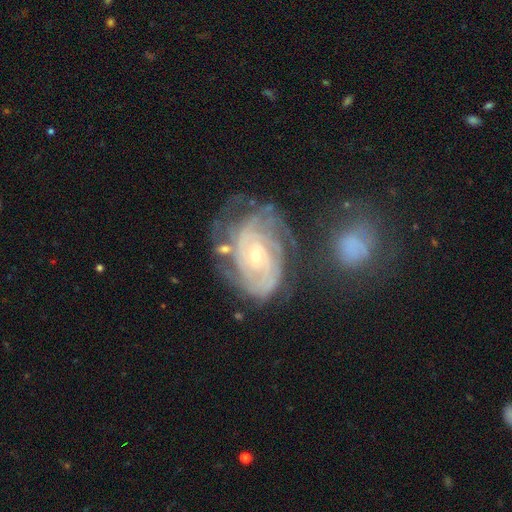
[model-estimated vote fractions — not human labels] The model was most divided on "spiral arm count": can't tell: 38%, 2: 21%, 3: 18%, 4: 11%, more than 4: 6%, 1: 5%. More confident: edge-on disk — no (97%); spiral arms — yes (95%); smooth or featured — featured or disk (86%); spiral winding — tight (73%); bulge size — small (68%); bar — no (68%); merging — none (53%).